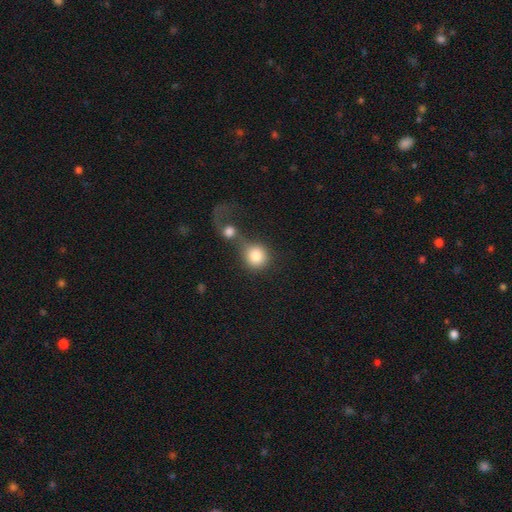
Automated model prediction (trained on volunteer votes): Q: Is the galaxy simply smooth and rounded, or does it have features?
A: smooth — 81%.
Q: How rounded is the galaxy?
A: round — 86%.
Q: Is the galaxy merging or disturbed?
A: merger — 52%.